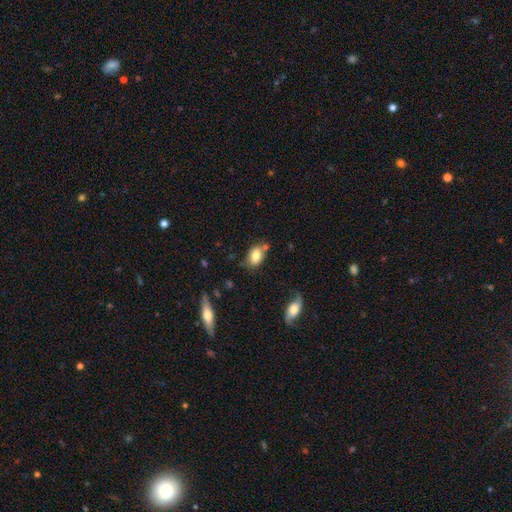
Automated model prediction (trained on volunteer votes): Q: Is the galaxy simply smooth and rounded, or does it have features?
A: smooth — 79%.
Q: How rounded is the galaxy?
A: in between — 83%.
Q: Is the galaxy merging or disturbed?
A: none — 63%.